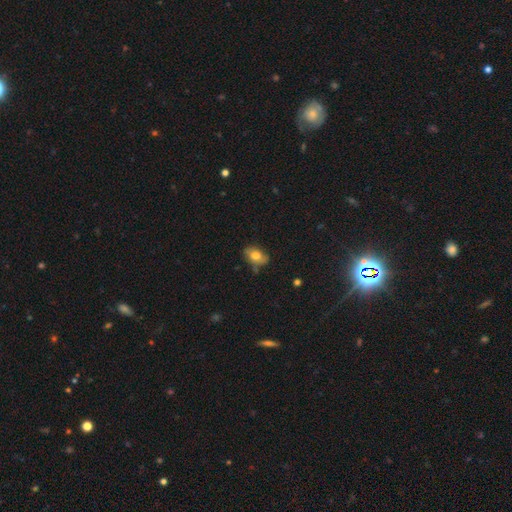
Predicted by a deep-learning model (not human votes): smooth_or_featured: smooth (p=0.69) [alt: featured or disk p=0.21]
how_rounded: in between (p=0.80) [alt: round p=0.18]
merging: none (p=0.60) [alt: minor disturbance p=0.30]